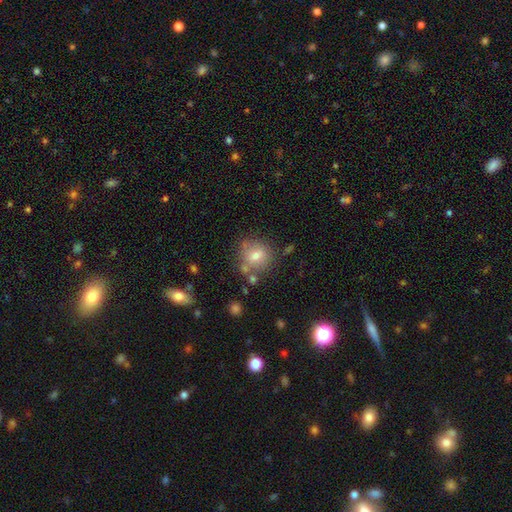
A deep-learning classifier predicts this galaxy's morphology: type=smooth (70%); roundness=round (81%); merging=none (71%).